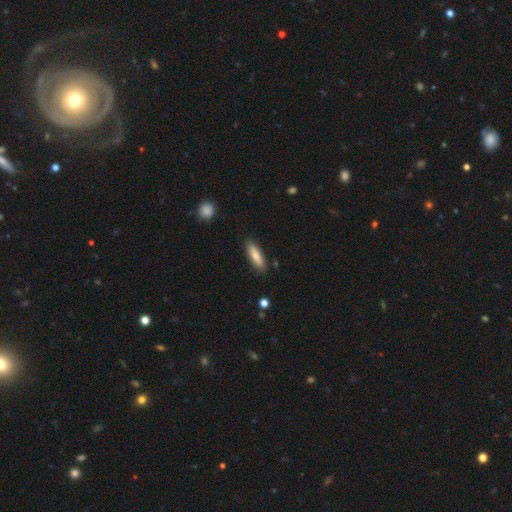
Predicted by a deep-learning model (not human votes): The model was most divided on "how rounded": cigar-shaped: 57%, in between: 41%, round: 2%. More confident: merging — none (87%); smooth or featured — smooth (77%).